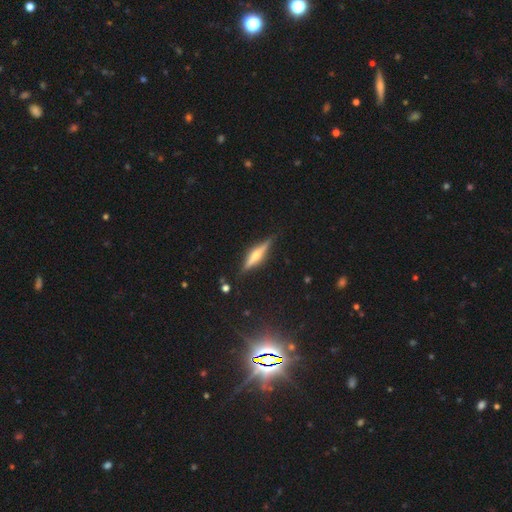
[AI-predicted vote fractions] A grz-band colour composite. It shows a featured or disk galaxy (71%) viewed edge-on (96%) with a rounded central bulge (86%). Merging: none (86%).